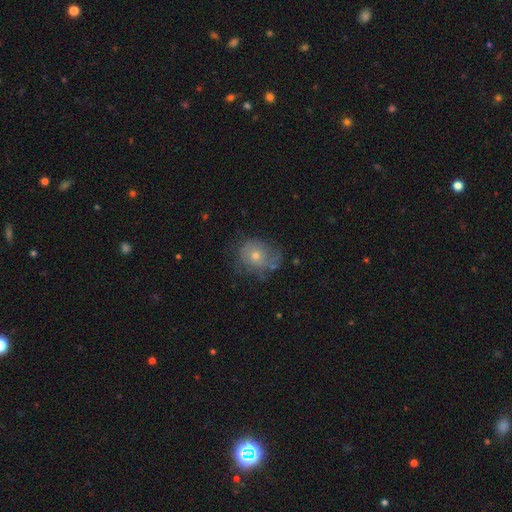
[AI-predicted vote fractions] smooth-or-featured: featured or disk: 50% | smooth: 37% | star or artifact: 14%
  merging: none: 58% | minor disturbance: 25% | major disturbance: 15% | merger: 2%